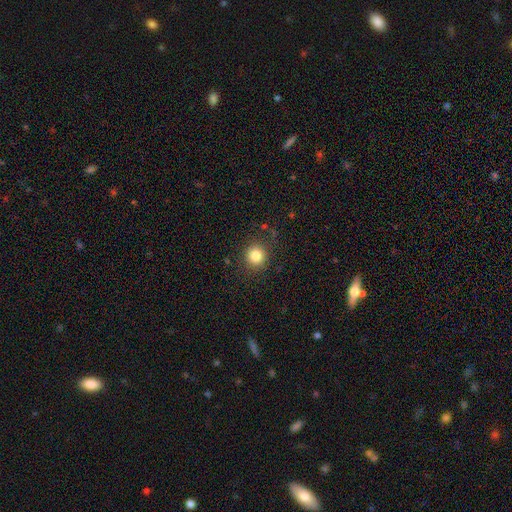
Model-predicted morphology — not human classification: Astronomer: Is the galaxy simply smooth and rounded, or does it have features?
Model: smooth — 82%.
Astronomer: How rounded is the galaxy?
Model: round — 91%.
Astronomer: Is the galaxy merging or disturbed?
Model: none — 88%.